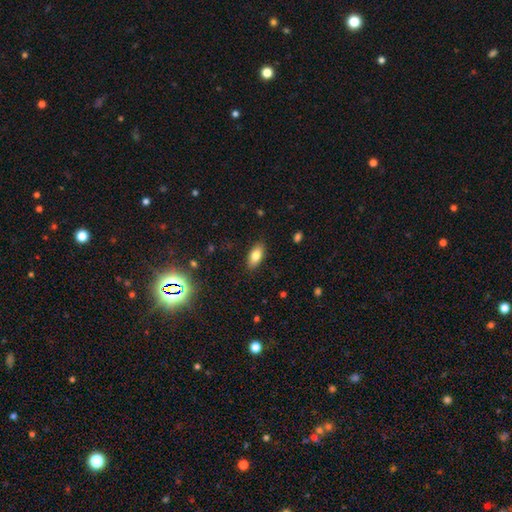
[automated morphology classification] Q: Smooth or featured?
A: smooth (79%); runner-up: featured or disk (12%)
Q: How rounded?
A: in between (86%); runner-up: cigar-shaped (10%)
Q: Merging?
A: none (87%); runner-up: minor disturbance (9%)